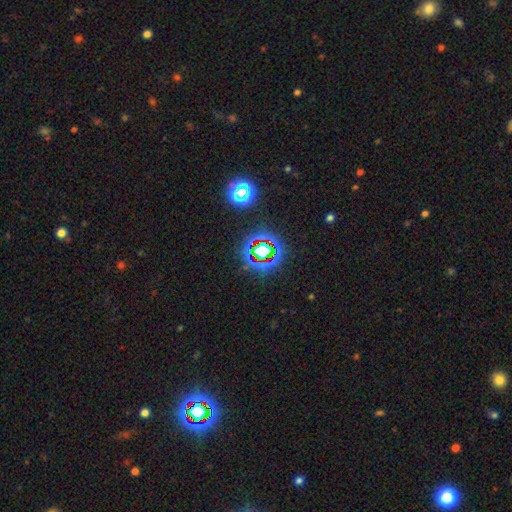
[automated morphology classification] A star or artifact, not a galaxy (73%).